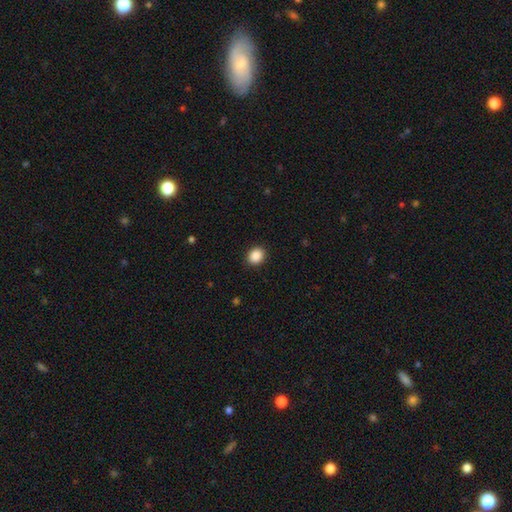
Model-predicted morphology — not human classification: Smooth or featured? Predicted: smooth (p=0.89). How rounded? Predicted: round (p=0.64). Merging? Predicted: none (p=0.91).